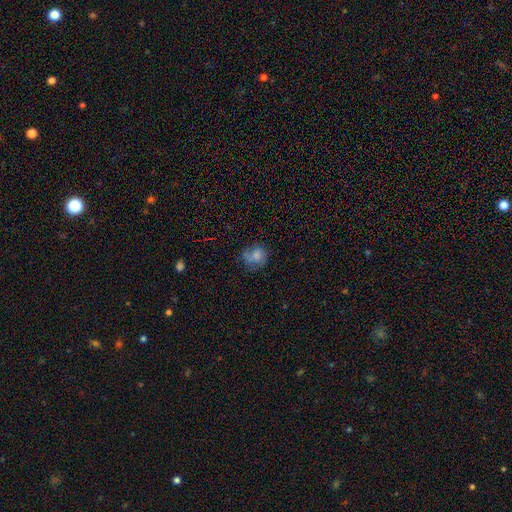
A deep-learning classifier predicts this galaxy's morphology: A smooth galaxy with no disk features (62%) that is round (68%).

Vote fractions:
- Smooth or featured? smooth: 62% / featured or disk: 26% / star or artifact: 11%
- How rounded? round: 68% / in between: 31% / cigar-shaped: 1%
- Merging? none: 51% / minor disturbance: 26% / major disturbance: 16% / merger: 6%